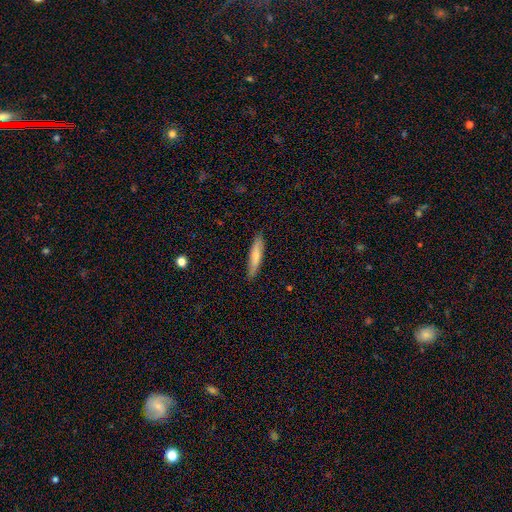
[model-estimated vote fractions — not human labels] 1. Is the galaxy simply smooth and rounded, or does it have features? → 74% smooth, 21% featured or disk, 6% star or artifact.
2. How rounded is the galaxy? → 88% cigar-shaped, 11% in between, 1% round.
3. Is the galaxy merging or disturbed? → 87% none, 10% minor disturbance, 2% major disturbance, 1% merger.